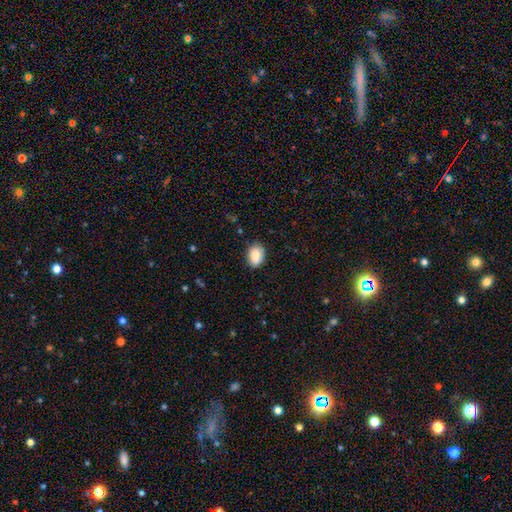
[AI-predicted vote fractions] Smooth or featured? Predicted: smooth (p=0.88). How rounded? Predicted: in between (p=0.82). Merging? Predicted: none (p=0.82).